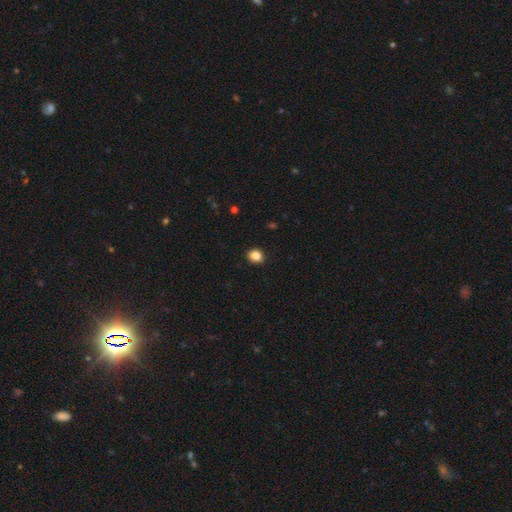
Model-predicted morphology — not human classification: Q: Smooth or featured?
A: smooth (86%); runner-up: star or artifact (11%)
Q: How rounded?
A: round (65%); runner-up: in between (34%)
Q: Merging?
A: none (90%); runner-up: minor disturbance (7%)